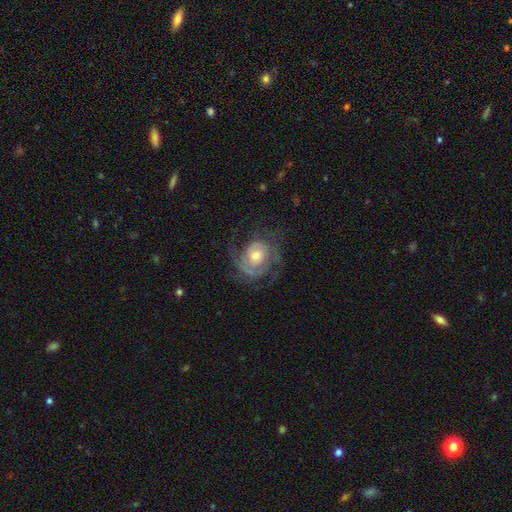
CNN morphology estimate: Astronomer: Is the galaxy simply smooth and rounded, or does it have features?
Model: featured or disk — 77%.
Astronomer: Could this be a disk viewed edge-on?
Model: no — 97%.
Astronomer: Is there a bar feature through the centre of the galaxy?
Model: no — 73%.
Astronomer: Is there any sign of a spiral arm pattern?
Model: yes — 89%.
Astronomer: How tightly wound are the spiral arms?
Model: tight — 50% (runner-up: medium, 35%).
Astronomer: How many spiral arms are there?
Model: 2 — 34% (runner-up: can't tell, 31%).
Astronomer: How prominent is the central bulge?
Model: moderate — 52% (runner-up: small, 38%).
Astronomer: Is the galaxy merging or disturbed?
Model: none — 61%.